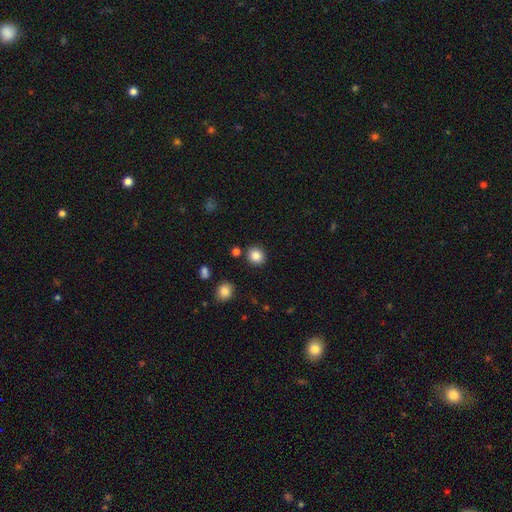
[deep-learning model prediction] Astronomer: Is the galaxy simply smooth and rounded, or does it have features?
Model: smooth — 85%.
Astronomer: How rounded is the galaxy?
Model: round — 84%.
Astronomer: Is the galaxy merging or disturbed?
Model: none — 87%.